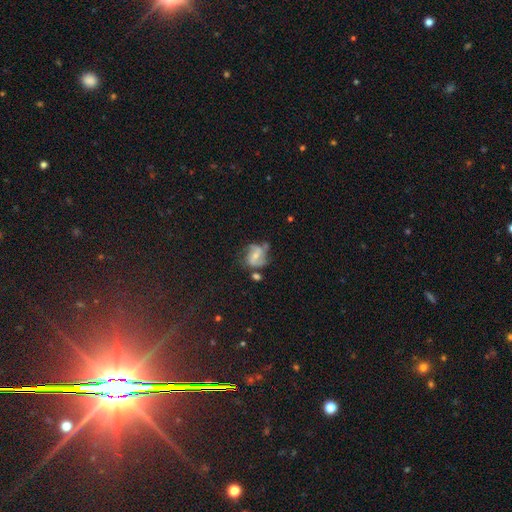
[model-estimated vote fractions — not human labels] Smooth or featured? featured or disk (71%)
Edge-on disk? no (97%)
Bar? weak (43%)
Spiral arms? yes (89%)
Spiral winding? medium (46%)
Spiral arm count? 2 (62%)
Bulge size? small (53%)
Merging? none (46%)